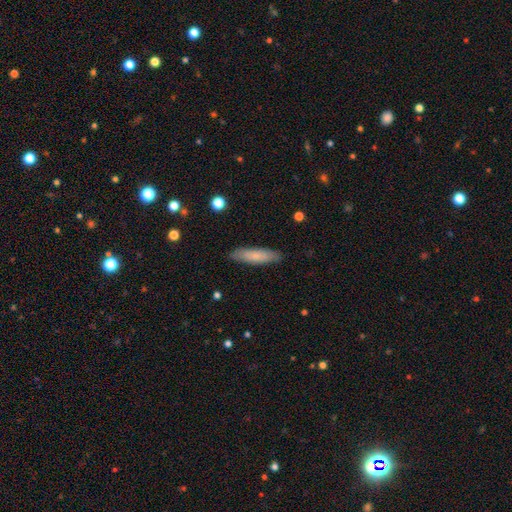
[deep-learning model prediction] This is likely a smooth galaxy (72%). How rounded: likely cigar-shaped (74%). Merging: clearly none (88%).